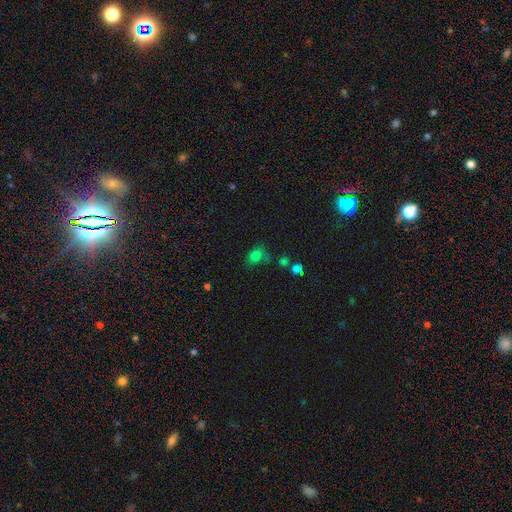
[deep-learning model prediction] Overall: smooth (70%). How rounded: in between (57%; round 41%). Merging: none (47%; minor disturbance 25%).